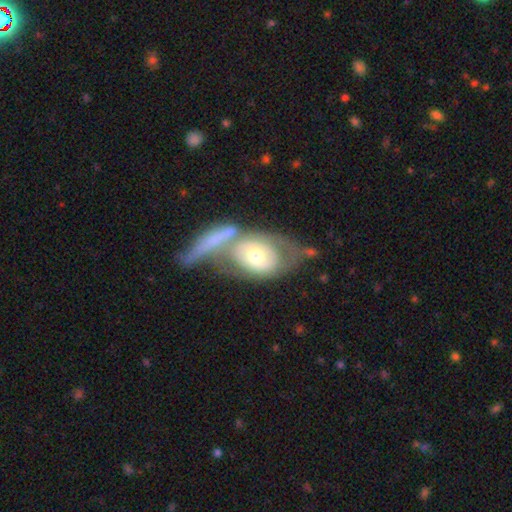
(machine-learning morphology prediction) This is possibly a featured or disk galaxy (54%). It is clearly not viewed edge-on (88%). Merging: marginally merger (39%).